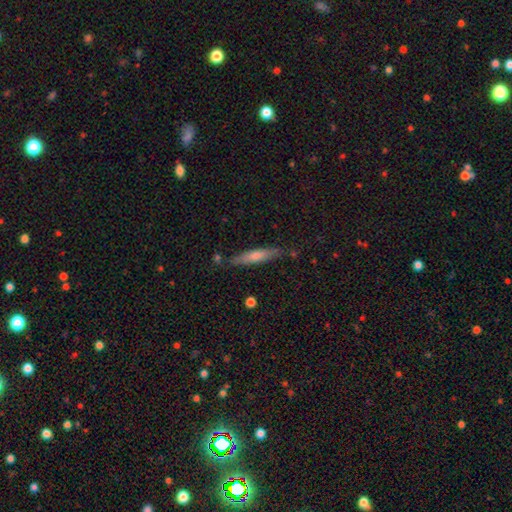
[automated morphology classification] Overall: smooth (53%; featured or disk 40%). How rounded: cigar-shaped (90%). Merging: none (82%).